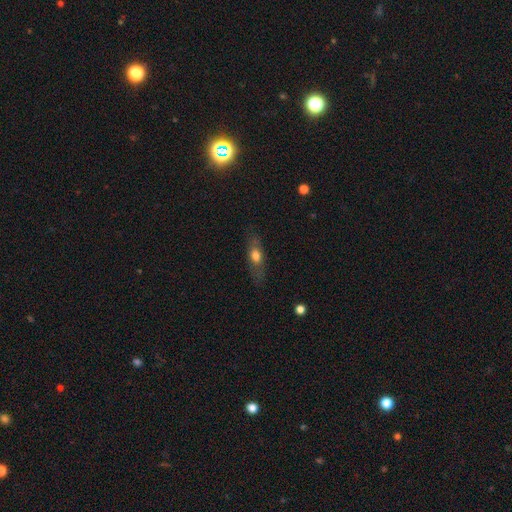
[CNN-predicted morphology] type=smooth (57%); roundness=in between (56%); merging=none (76%).